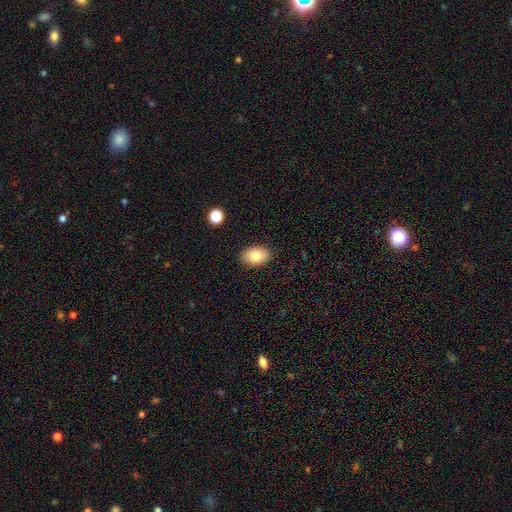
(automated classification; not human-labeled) Smooth or featured? Predicted: smooth (p=0.79). How rounded? Predicted: in between (p=0.85). Merging? Predicted: none (p=0.88).